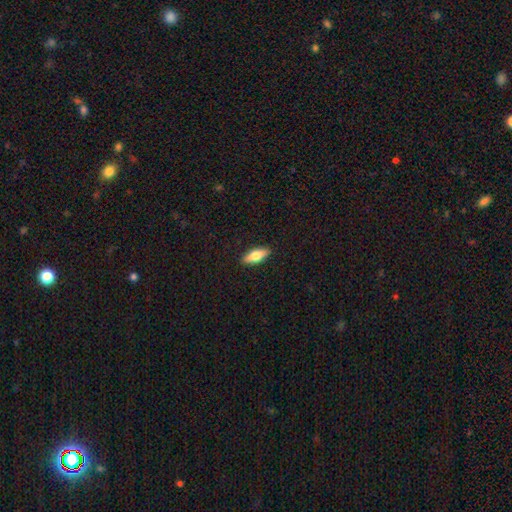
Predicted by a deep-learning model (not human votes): Smooth or featured? smooth (67%)
How rounded? in between (69%)
Merging? none (90%)